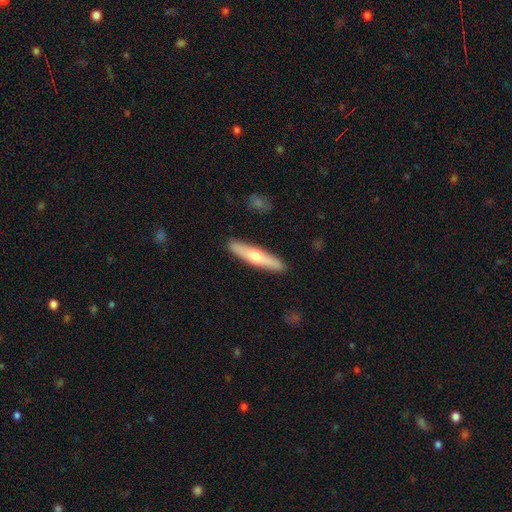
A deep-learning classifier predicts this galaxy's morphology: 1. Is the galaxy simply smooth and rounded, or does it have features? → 50% smooth, 45% featured or disk, 5% star or artifact.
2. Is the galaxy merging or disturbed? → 91% none, 7% minor disturbance, 2% major disturbance, 1% merger.